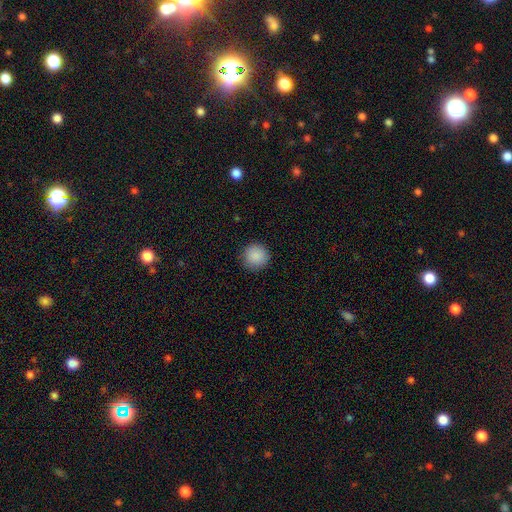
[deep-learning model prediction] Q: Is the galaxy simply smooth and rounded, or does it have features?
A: smooth — 89%.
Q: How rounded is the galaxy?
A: round — 95%.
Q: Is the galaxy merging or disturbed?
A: none — 91%.